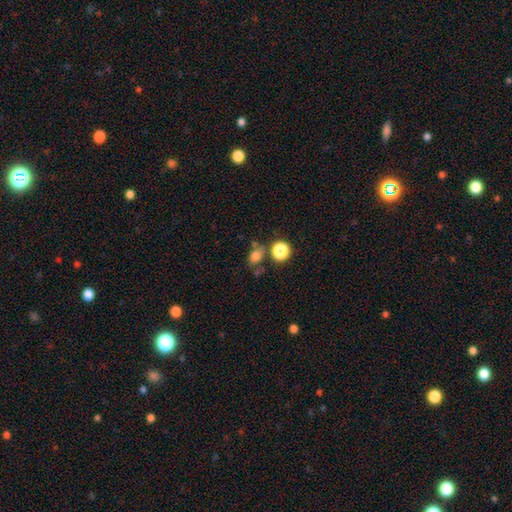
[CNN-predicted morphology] Smooth or featured? Predicted: smooth (p=0.76). How rounded? Predicted: in between (p=0.59). Merging? Predicted: none (p=0.61).